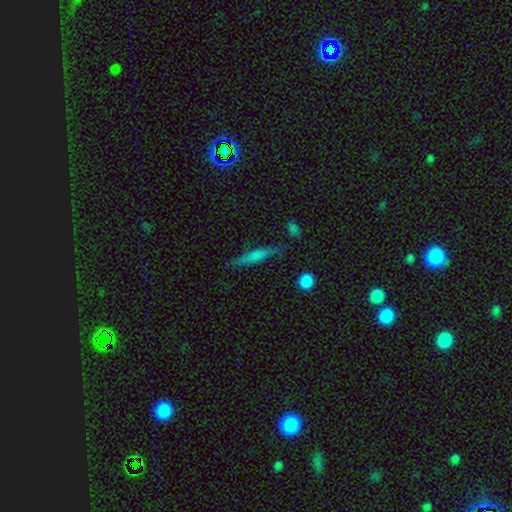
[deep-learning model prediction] A smooth galaxy with no disk features (64%) that is cigar-shaped (86%). Merging: none (75%).